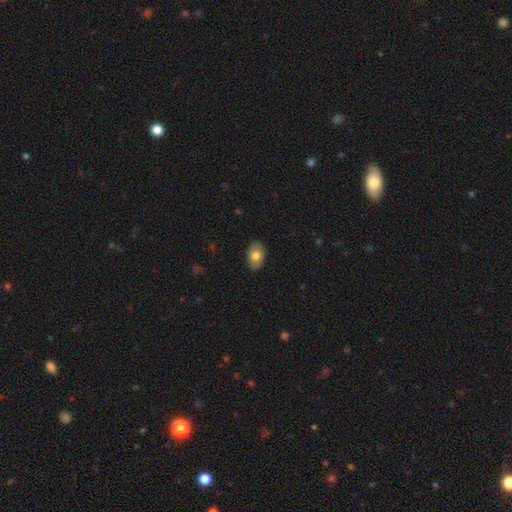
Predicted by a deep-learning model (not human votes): Smooth or featured? smooth (75%)
How rounded? in between (88%)
Merging? none (87%)